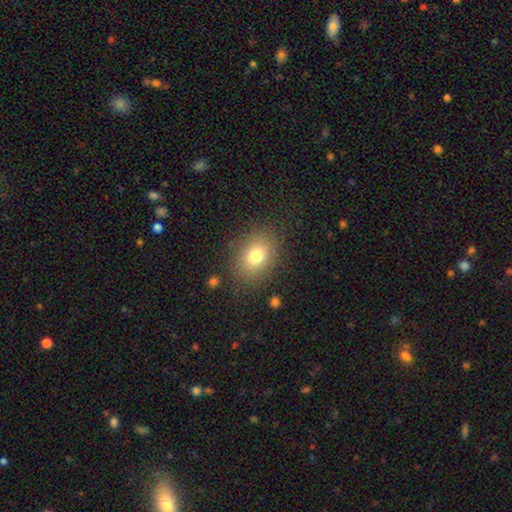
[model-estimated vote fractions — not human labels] This is likely a smooth galaxy (76%). How rounded: likely in between (66%). Merging: clearly none (82%).